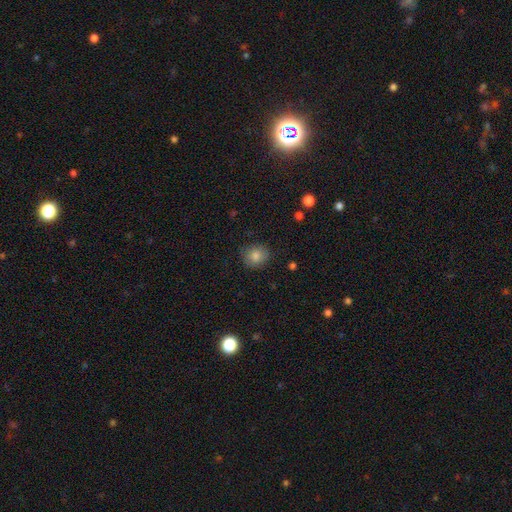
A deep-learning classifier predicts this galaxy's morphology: Smooth or featured? smooth (82%)
How rounded? round (81%)
Merging? none (86%)